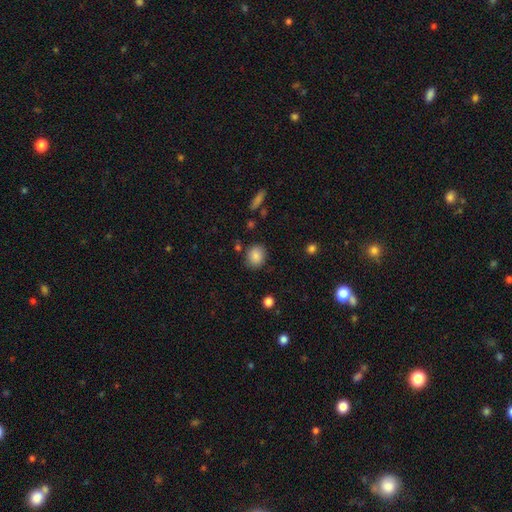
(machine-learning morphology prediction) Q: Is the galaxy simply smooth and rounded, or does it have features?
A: smooth — 86%.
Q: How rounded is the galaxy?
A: round — 64%.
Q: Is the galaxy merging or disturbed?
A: none — 83%.